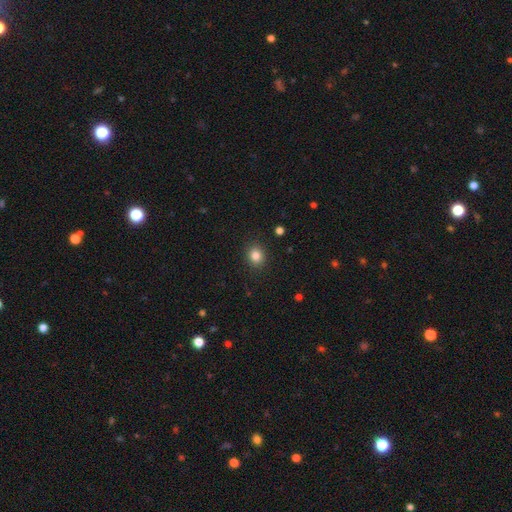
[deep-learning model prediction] This appears to be a smooth galaxy with no disk features (84%) that is round (70%). Merging: none (89%).